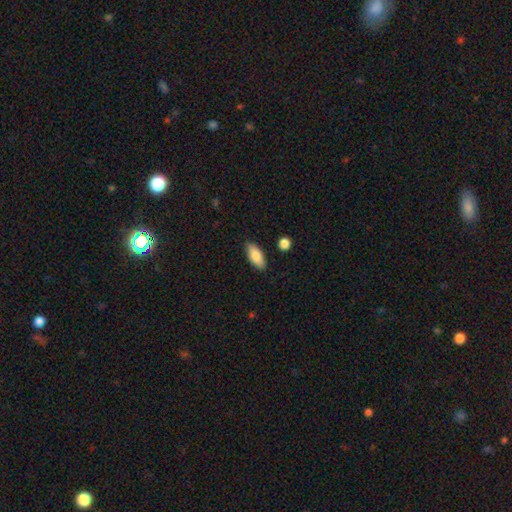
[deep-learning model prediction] This appears to be a smooth galaxy with no disk features (84%) that is in between round and cigar-shaped (85%). Merging: none (85%).